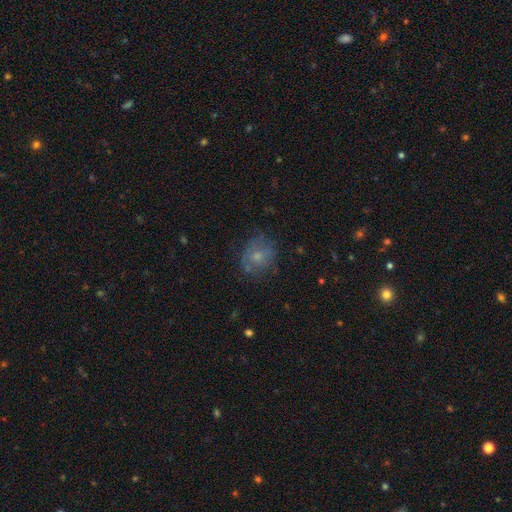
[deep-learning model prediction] A smooth galaxy with no disk features (54%) that is round (65%). Merging: none (69%).